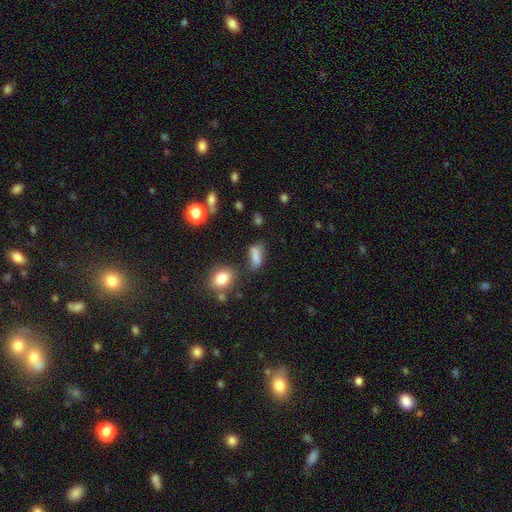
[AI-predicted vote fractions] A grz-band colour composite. It shows a smooth galaxy with no disk features (75%) that is in between round and cigar-shaped (74%). Merging: none (53%).